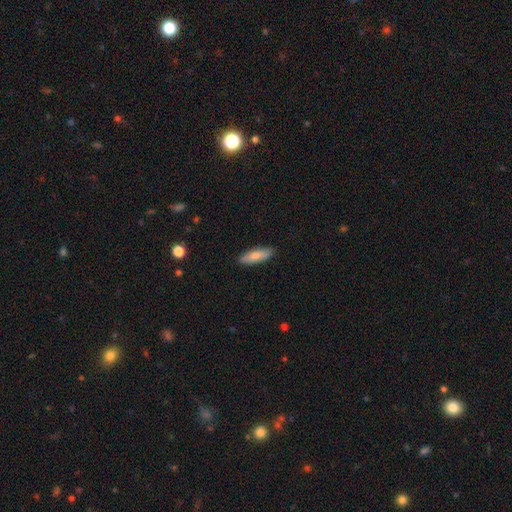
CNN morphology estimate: Smooth or featured? Predicted: smooth (p=0.79). How rounded? Predicted: cigar-shaped (p=0.54). Merging? Predicted: none (p=0.88).